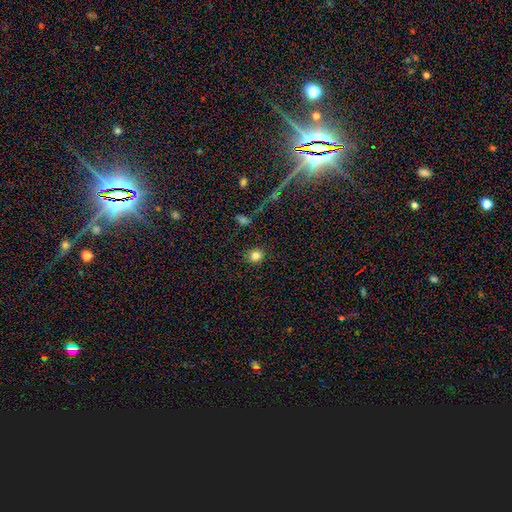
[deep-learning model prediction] Overall: smooth (83%). How rounded: round (88%). Merging: none (89%).